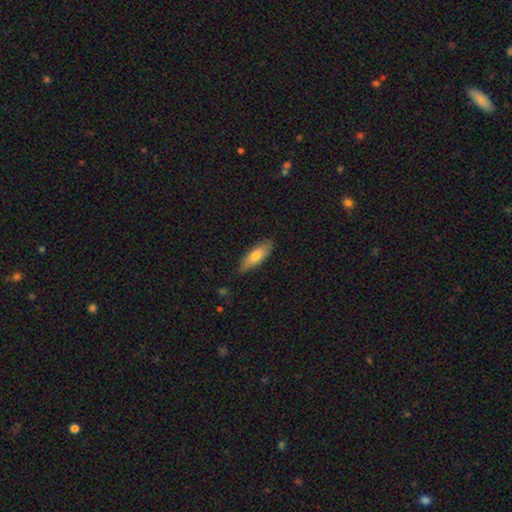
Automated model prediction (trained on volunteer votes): smooth 72%, featured or disk 23%, star or artifact 6%. Down the decision tree: how rounded — in between (65%); merging — none (80%).